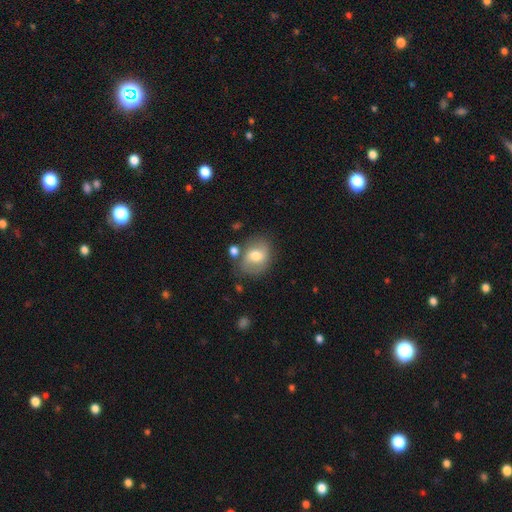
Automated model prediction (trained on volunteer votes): Smooth or featured: smooth — 54% (featured or disk — 38%)
How rounded: in between — 53% (round — 46%)
Merging: none — 67% (minor disturbance — 19%)